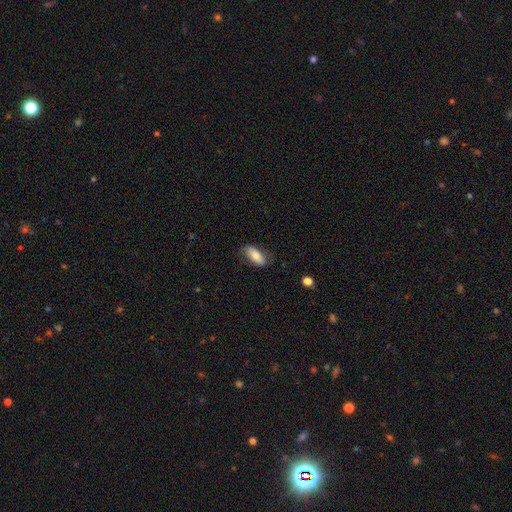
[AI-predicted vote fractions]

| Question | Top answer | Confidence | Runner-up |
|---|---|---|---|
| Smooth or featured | smooth | 76% | featured or disk (17%) |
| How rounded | in between | 80% | cigar-shaped (18%) |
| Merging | none | 75% | minor disturbance (19%) |